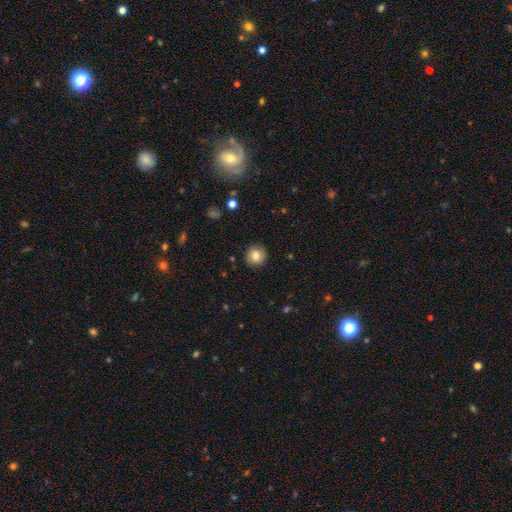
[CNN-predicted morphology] Smooth or featured? Predicted: smooth (p=0.81). How rounded? Predicted: round (p=0.93). Merging? Predicted: none (p=0.90).